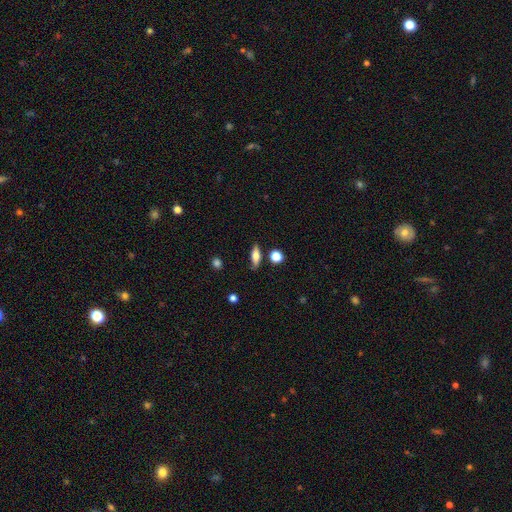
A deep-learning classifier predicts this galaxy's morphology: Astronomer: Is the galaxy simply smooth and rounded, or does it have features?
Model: smooth — 63%.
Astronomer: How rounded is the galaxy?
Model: in between — 56% (runner-up: cigar-shaped, 38%).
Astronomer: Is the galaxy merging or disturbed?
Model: none — 78%.